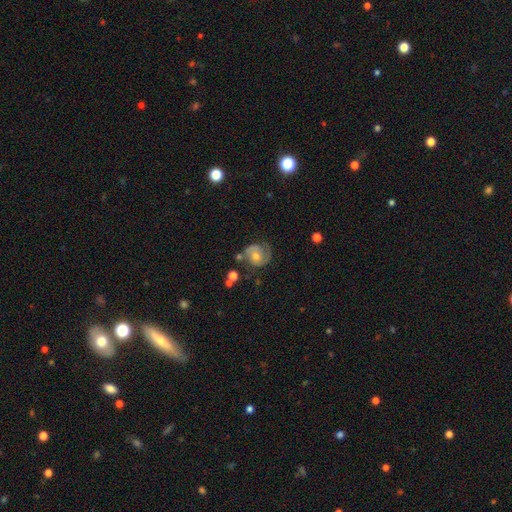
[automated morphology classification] Q: Smooth or featured?
A: featured or disk (75%); runner-up: smooth (16%)
Q: Edge-on disk?
A: no (98%); runner-up: yes (2%)
Q: Bar?
A: no (69%); runner-up: weak (26%)
Q: Spiral arms?
A: yes (91%); runner-up: no (9%)
Q: Spiral winding?
A: tight (51%); runner-up: medium (38%)
Q: Spiral arm count?
A: 2 (68%); runner-up: can't tell (13%)
Q: Bulge size?
A: moderate (61%); runner-up: small (33%)
Q: Merging?
A: none (66%); runner-up: minor disturbance (20%)